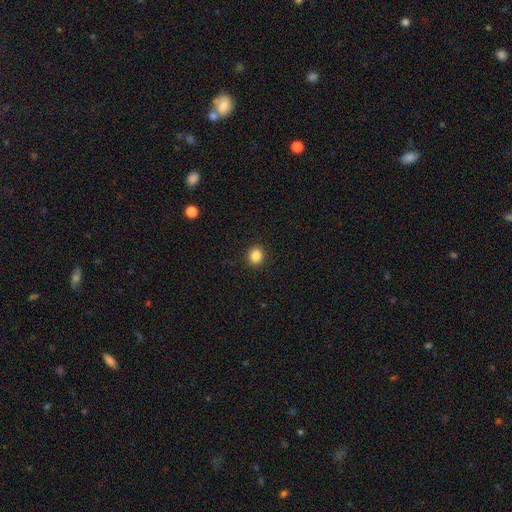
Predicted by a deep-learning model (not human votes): smooth-or-featured: smooth: 85% | star or artifact: 11% | featured or disk: 4%
  how-rounded: round: 80% | in between: 19% | cigar-shaped: 1%
  merging: none: 92% | minor disturbance: 6% | major disturbance: 2% | merger: 1%